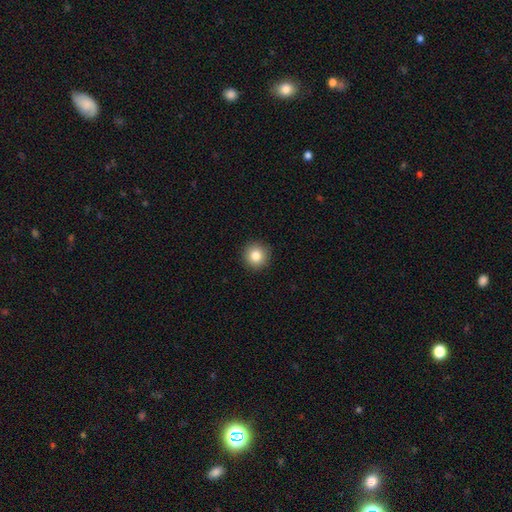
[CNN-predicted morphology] The model was most divided on "smooth or featured": smooth: 82%, star or artifact: 10%, featured or disk: 7%. More confident: how rounded — round (95%); merging — none (92%).